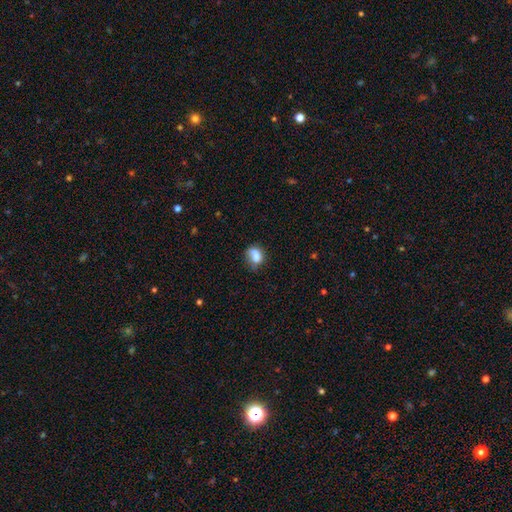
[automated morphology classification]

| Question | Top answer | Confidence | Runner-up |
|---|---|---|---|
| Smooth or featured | smooth | 73% | featured or disk (16%) |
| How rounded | in between | 59% | round (39%) |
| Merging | none | 40% | minor disturbance (29%) |